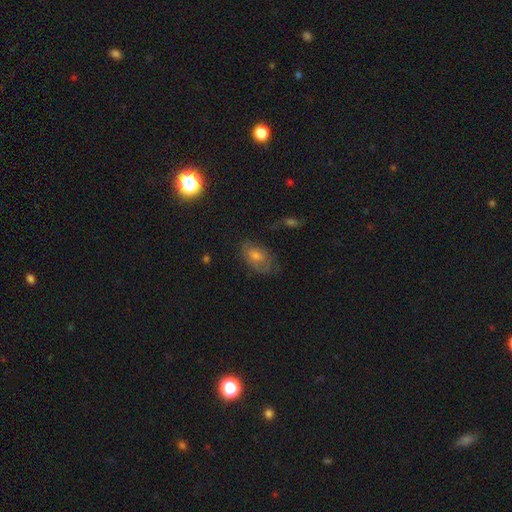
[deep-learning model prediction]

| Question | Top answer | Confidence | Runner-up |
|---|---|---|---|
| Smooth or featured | smooth | 50% | featured or disk (30%) |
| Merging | none | 62% | minor disturbance (24%) |